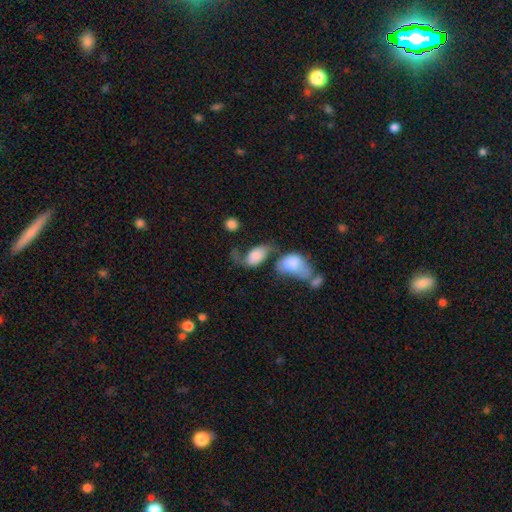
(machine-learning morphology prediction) Smooth or featured: smooth — 56% (featured or disk — 35%)
How rounded: in between — 89% (round — 9%)
Merging: merger — 38% (major disturbance — 23%)